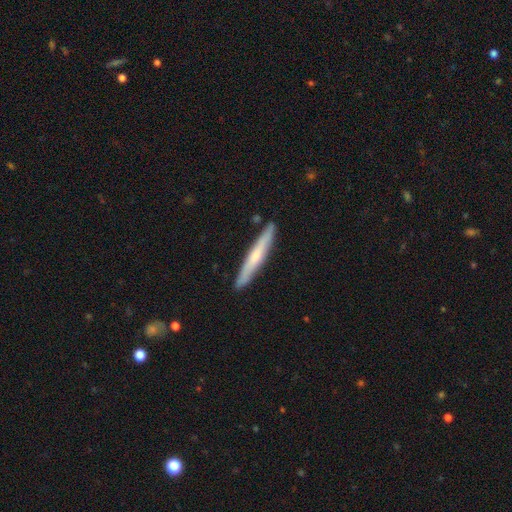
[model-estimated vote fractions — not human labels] smooth 48%, featured or disk 46%, star or artifact 6%. Down the decision tree: merging — none (89%).